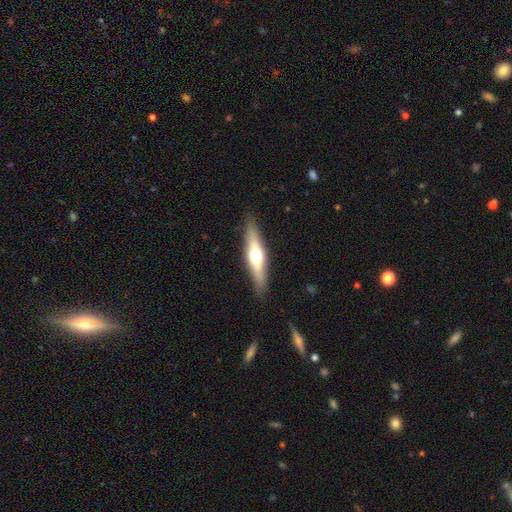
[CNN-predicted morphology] Overall: featured or disk (54%; smooth 40%). Edge-on disk: yes (90%). Merging: none (88%).